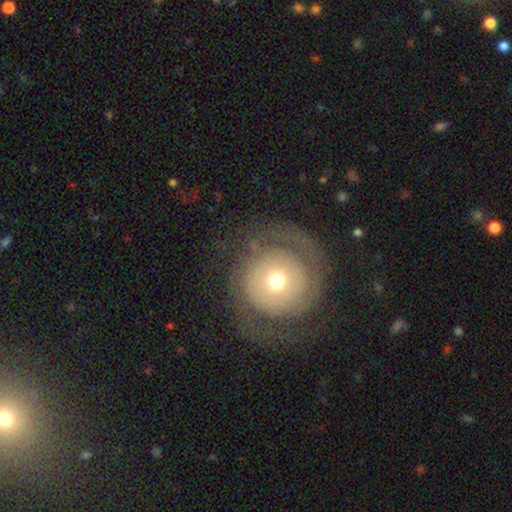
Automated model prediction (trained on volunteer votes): Overall: featured or disk (69%). Edge-on disk: no (97%). Bar: no (80%). Spiral arms: yes (74%). Bulge size: moderate (62%; small 28%). Merging: none (74%).